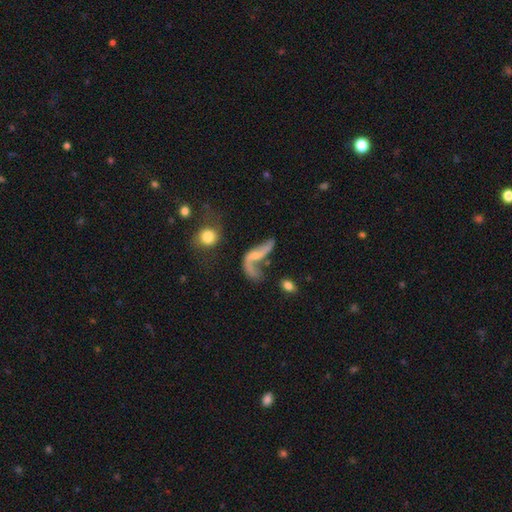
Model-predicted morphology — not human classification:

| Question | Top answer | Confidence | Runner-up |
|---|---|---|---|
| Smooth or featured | featured or disk | 70% | smooth (20%) |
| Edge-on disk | no | 91% | yes (9%) |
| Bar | no | 59% | weak (27%) |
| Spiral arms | yes | 77% | no (23%) |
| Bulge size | small | 53% | none (27%) |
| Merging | major disturbance | 37% | none (28%) |